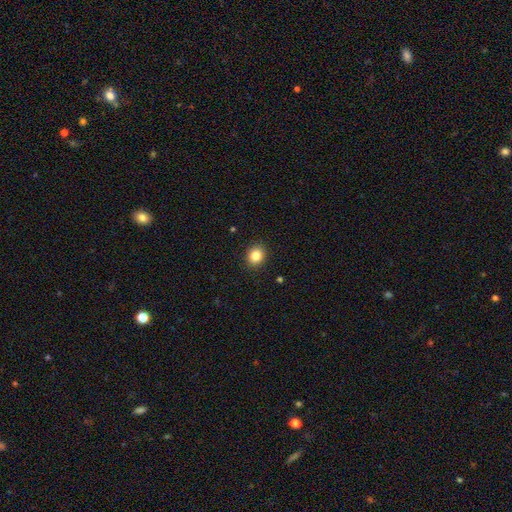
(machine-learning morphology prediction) smooth_or_featured: smooth (p=0.85) [alt: star or artifact p=0.10]
how_rounded: round (p=0.70) [alt: in between p=0.29]
merging: none (p=0.90) [alt: minor disturbance p=0.07]